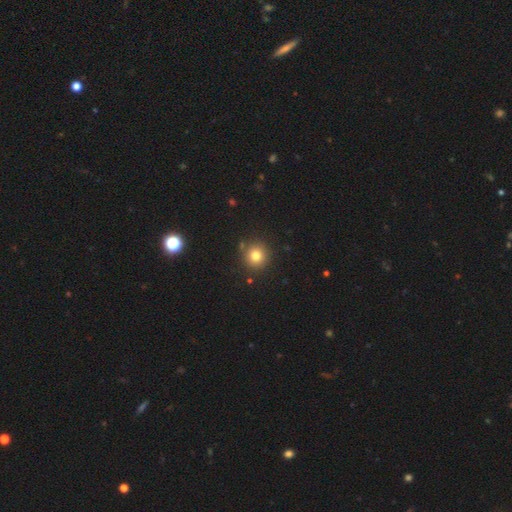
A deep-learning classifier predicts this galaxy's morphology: Smooth or featured? smooth (78%)
How rounded? round (94%)
Merging? none (86%)